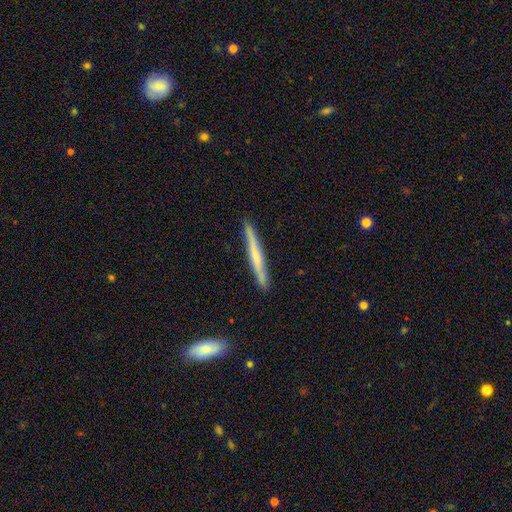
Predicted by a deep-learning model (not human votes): The model was most divided on "smooth or featured": smooth: 51%, featured or disk: 43%, star or artifact: 6%. More confident: how rounded — cigar-shaped (96%); merging — none (90%).